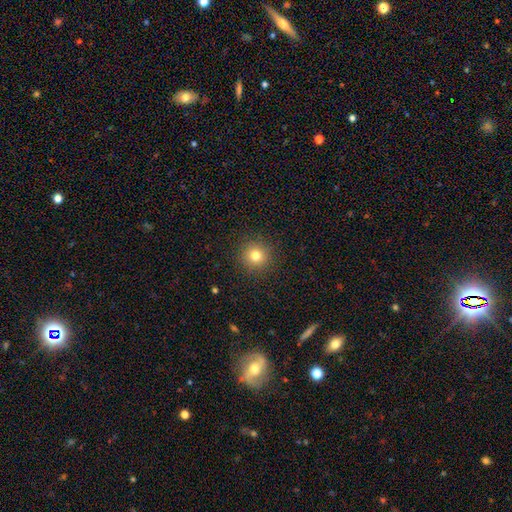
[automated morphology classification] smooth_or_featured: smooth (p=0.79) [alt: star or artifact p=0.13]
how_rounded: round (p=0.94) [alt: in between p=0.05]
merging: none (p=0.91) [alt: minor disturbance p=0.05]